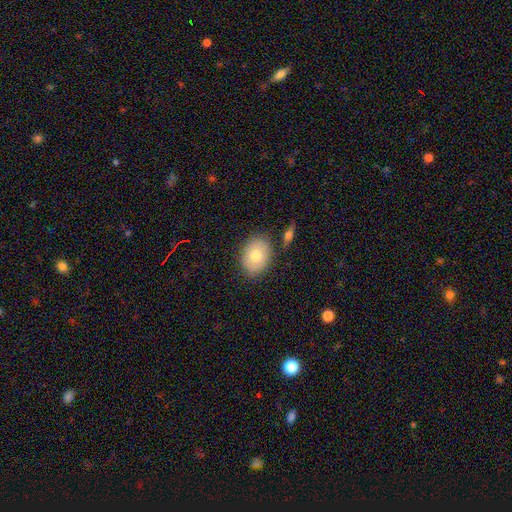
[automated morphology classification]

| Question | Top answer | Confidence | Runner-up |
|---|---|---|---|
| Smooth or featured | smooth | 74% | featured or disk (18%) |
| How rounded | in between | 68% | round (31%) |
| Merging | none | 82% | minor disturbance (11%) |